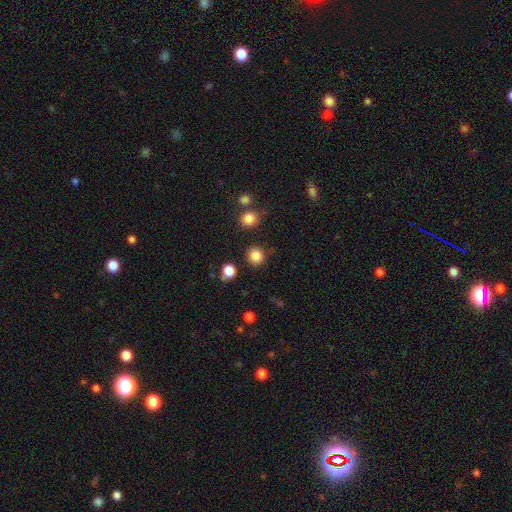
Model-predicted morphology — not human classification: Smooth or featured: smooth — 85% (star or artifact — 12%)
How rounded: round — 92% (in between — 7%)
Merging: none — 88% (minor disturbance — 7%)